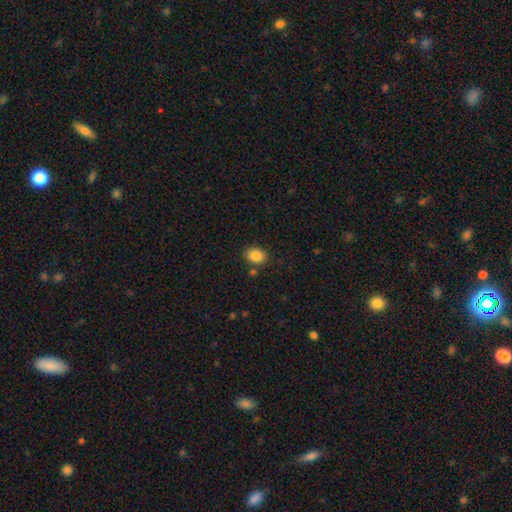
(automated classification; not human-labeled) This appears to be a smooth galaxy with no disk features (86%) that is in between round and cigar-shaped (65%). Merging: none (82%).